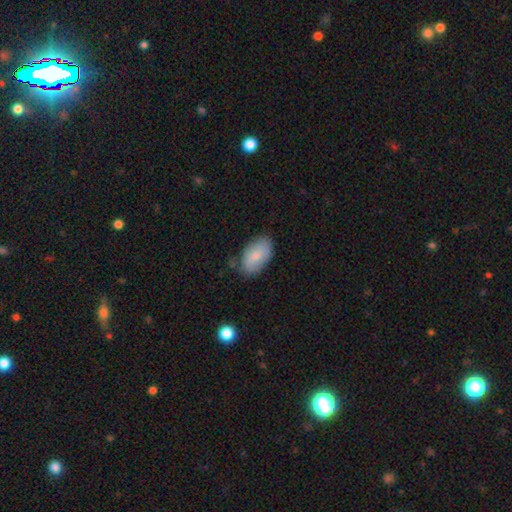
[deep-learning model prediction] smooth-or-featured: smooth: 80% | featured or disk: 14% | star or artifact: 6%
  how-rounded: in between: 94% | round: 4% | cigar-shaped: 1%
  merging: none: 73% | minor disturbance: 21% | major disturbance: 4% | merger: 2%